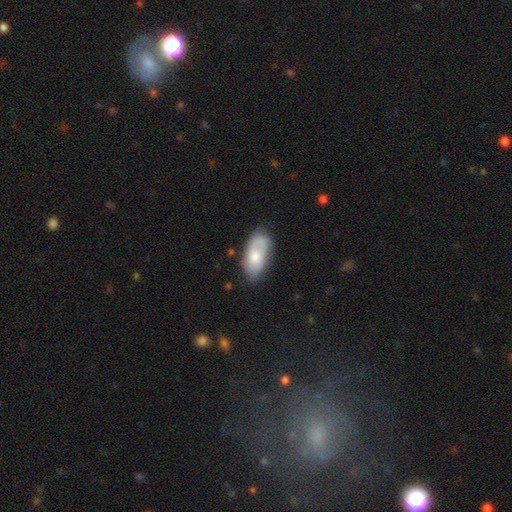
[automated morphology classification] smooth-or-featured: smooth: 70% | featured or disk: 24% | star or artifact: 6%
  how-rounded: in between: 93% | round: 3% | cigar-shaped: 3%
  merging: none: 59% | minor disturbance: 28% | major disturbance: 8% | merger: 5%